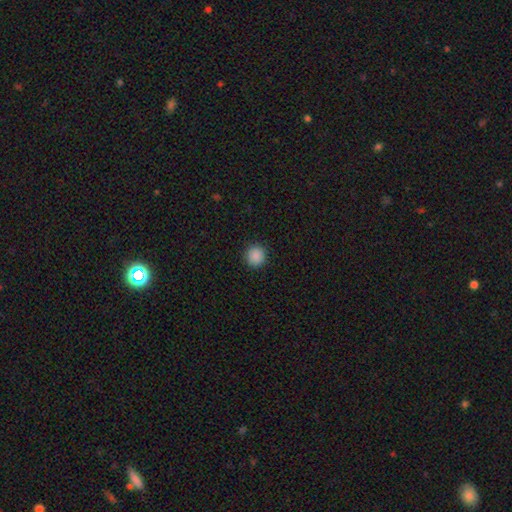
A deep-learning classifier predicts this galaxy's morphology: Smooth or featured?
  - smooth: 88% *
  - star or artifact: 9%
  - featured or disk: 3%
How rounded?
  - round: 94% *
  - in between: 5%
  - cigar-shaped: 1%
Merging?
  - none: 92% *
  - minor disturbance: 5%
  - major disturbance: 2%
  - merger: 1%